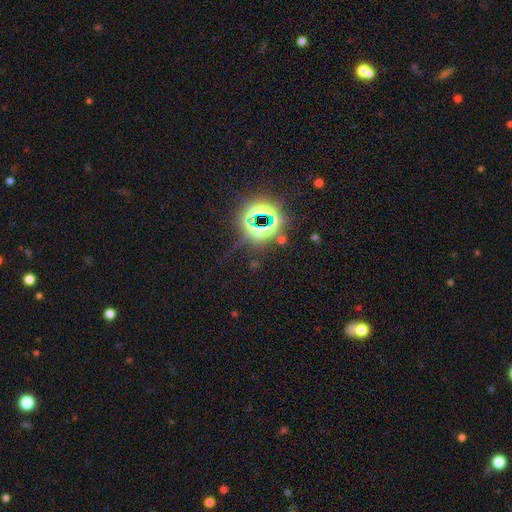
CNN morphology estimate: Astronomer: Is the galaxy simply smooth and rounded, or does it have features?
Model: star or artifact — 83%.